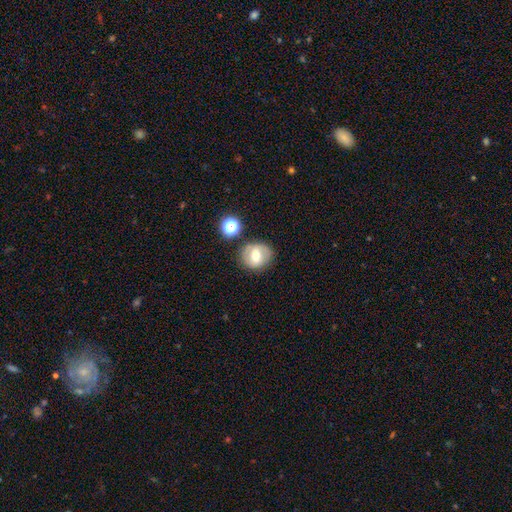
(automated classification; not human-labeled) smooth_or_featured: smooth (p=0.55) [alt: featured or disk p=0.34]
how_rounded: round (p=0.77) [alt: in between p=0.22]
merging: none (p=0.78) [alt: minor disturbance p=0.12]